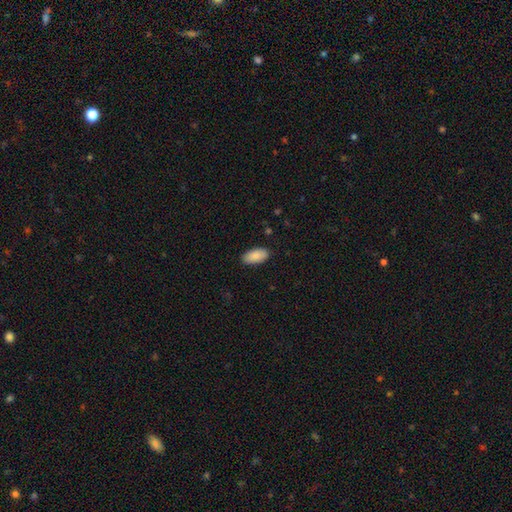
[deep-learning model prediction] Morphology: type=smooth (90%); roundness=in between (94%); merging=none (88%).